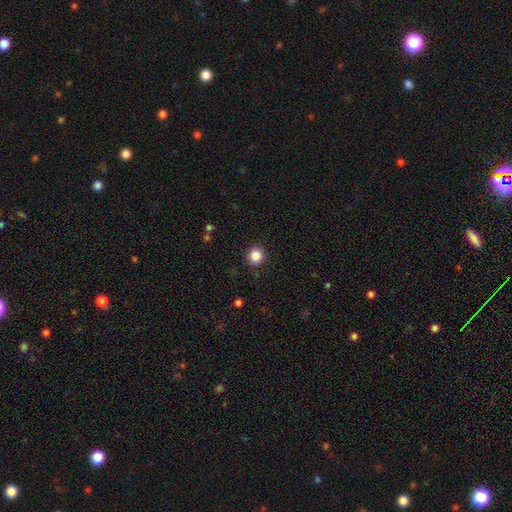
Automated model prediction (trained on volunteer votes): This appears to be a smooth galaxy with no disk features (86%) that is round (90%). Merging: none (91%).